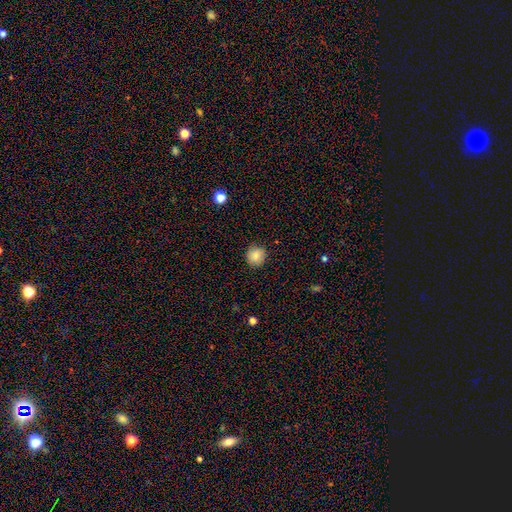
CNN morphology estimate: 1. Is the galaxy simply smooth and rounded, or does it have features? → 84% smooth, 9% star or artifact, 6% featured or disk.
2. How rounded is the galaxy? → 93% round, 6% in between, 1% cigar-shaped.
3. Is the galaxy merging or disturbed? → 90% none, 7% minor disturbance, 2% major disturbance, 1% merger.